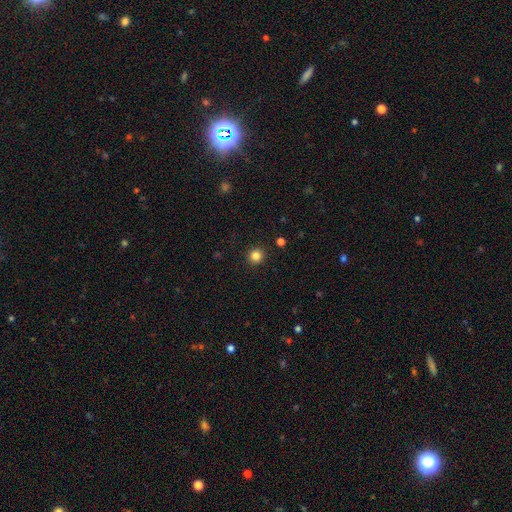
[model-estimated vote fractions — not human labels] Smooth or featured: smooth — 84% (star or artifact — 12%)
How rounded: round — 94% (in between — 5%)
Merging: none — 92% (minor disturbance — 5%)